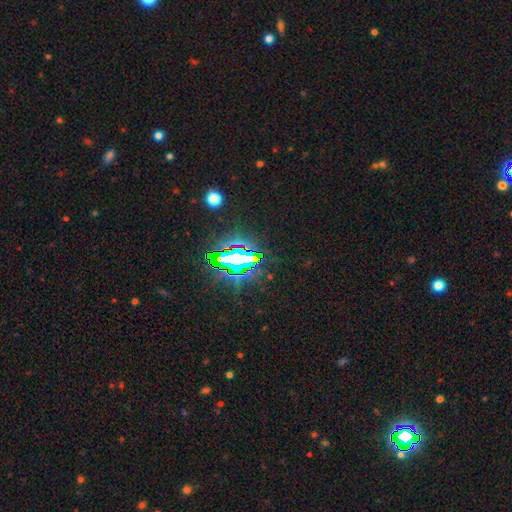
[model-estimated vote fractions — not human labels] smooth_or_featured: star or artifact (p=0.84) [alt: smooth p=0.09]